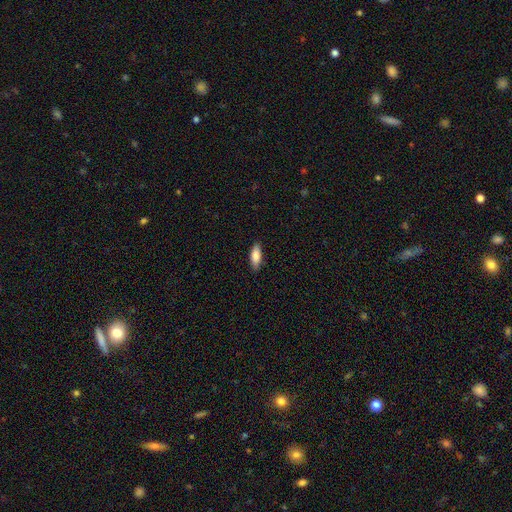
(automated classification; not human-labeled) smooth-or-featured: smooth: 83% | featured or disk: 10% | star or artifact: 6%
  how-rounded: in between: 69% | cigar-shaped: 29% | round: 2%
  merging: none: 87% | minor disturbance: 10% | major disturbance: 2% | merger: 1%